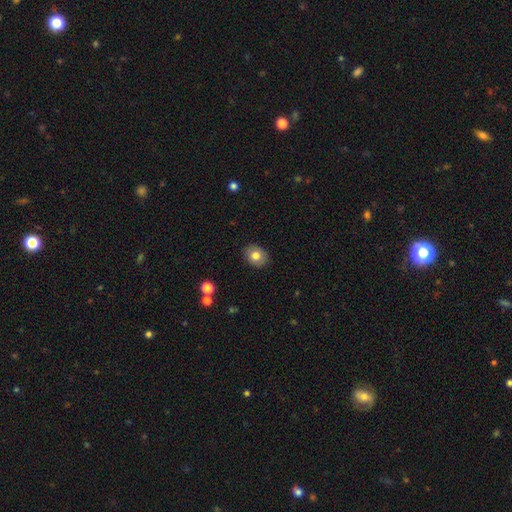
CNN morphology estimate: smooth 78%, featured or disk 14%, star or artifact 9%. Down the decision tree: how rounded — in between (51%); merging — none (88%).